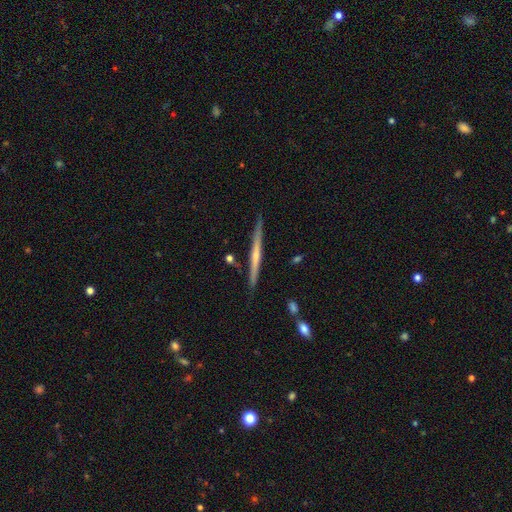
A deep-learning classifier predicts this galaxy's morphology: This appears to be a featured or disk galaxy (66%) viewed edge-on (97%) with a rounded central bulge (49%). Merging: none (87%).